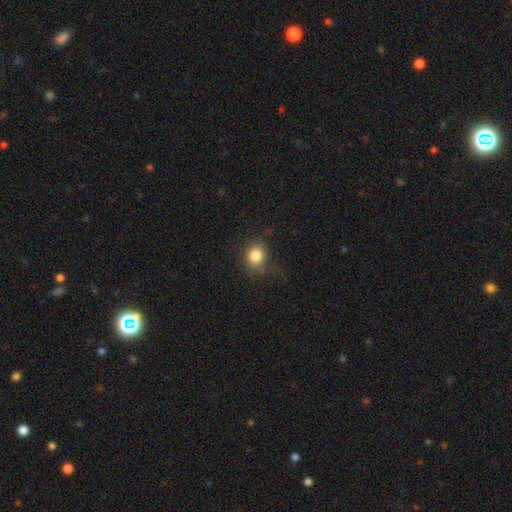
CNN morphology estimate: Q: Smooth or featured?
A: smooth (83%); runner-up: star or artifact (11%)
Q: How rounded?
A: round (73%); runner-up: in between (26%)
Q: Merging?
A: none (73%); runner-up: minor disturbance (18%)